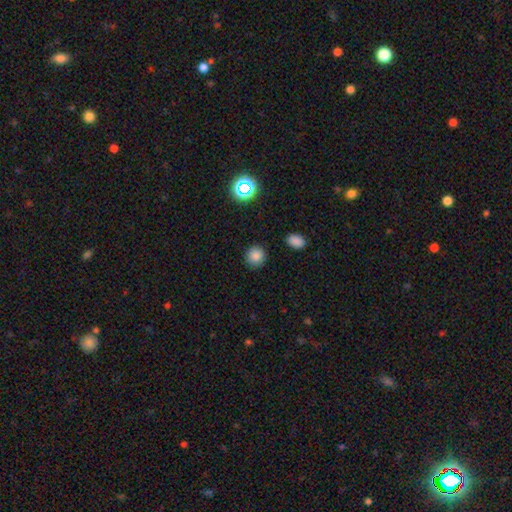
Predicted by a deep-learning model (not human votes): smooth-or-featured: smooth: 82% | star or artifact: 13% | featured or disk: 4%
  how-rounded: round: 89% | in between: 10% | cigar-shaped: 1%
  merging: none: 88% | minor disturbance: 8% | major disturbance: 3% | merger: 2%